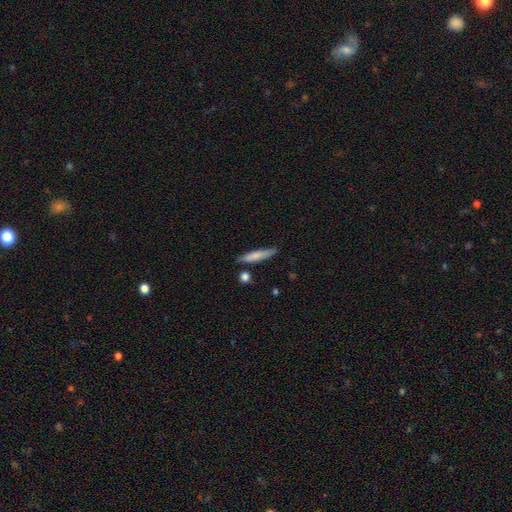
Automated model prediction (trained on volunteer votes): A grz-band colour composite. It shows a smooth galaxy with no disk features (76%) that is cigar-shaped (85%). Merging: none (78%).